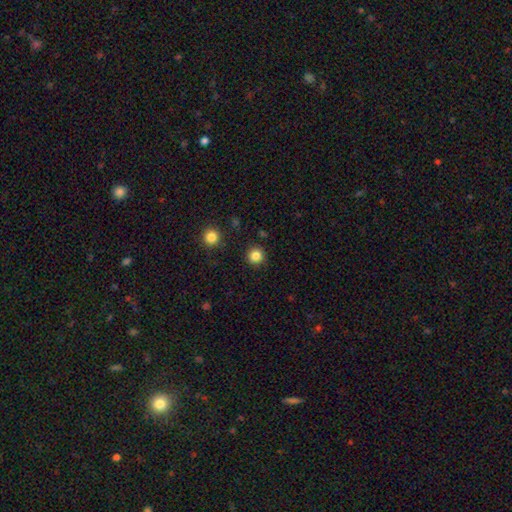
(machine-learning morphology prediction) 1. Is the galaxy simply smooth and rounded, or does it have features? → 84% smooth, 12% star or artifact, 4% featured or disk.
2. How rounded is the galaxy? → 95% round, 4% in between, 1% cigar-shaped.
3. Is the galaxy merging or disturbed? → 91% none, 5% minor disturbance, 2% major disturbance, 2% merger.